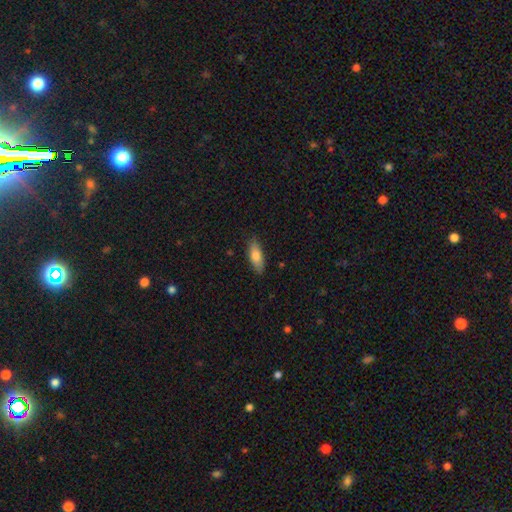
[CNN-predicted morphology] Smooth or featured?
  - smooth: 77% *
  - featured or disk: 16%
  - star or artifact: 6%
How rounded?
  - in between: 76% *
  - cigar-shaped: 22%
  - round: 2%
Merging?
  - none: 84% *
  - minor disturbance: 13%
  - major disturbance: 2%
  - merger: 1%